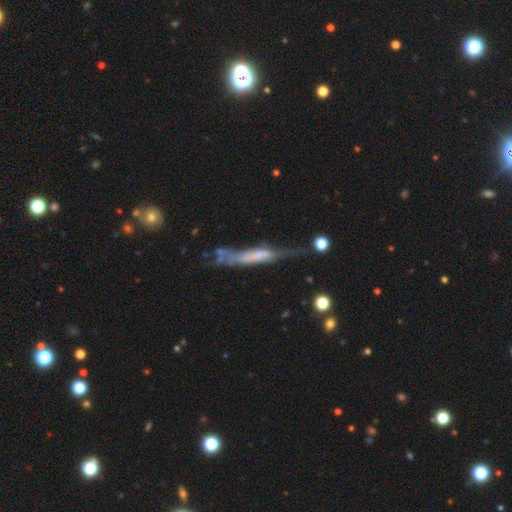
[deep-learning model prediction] smooth_or_featured: featured or disk (p=0.52) [alt: smooth p=0.39]
disk_edge_on: yes (p=0.65) [alt: no p=0.35]
merging: major disturbance (p=0.35) [alt: none p=0.28]